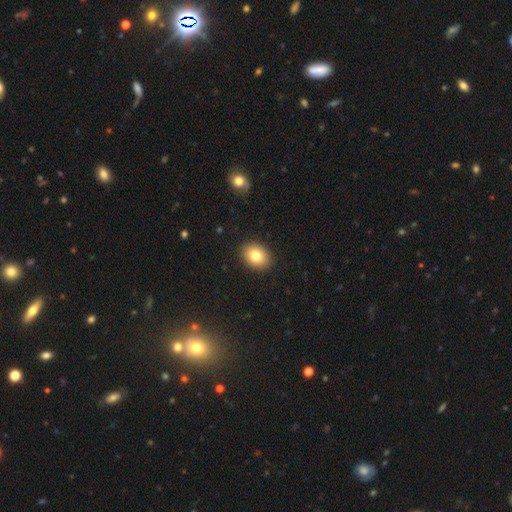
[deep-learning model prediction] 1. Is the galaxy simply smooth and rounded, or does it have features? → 81% smooth, 10% featured or disk, 9% star or artifact.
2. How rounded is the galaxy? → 58% in between, 41% round, 1% cigar-shaped.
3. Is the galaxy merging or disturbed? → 90% none, 7% minor disturbance, 2% major disturbance, 1% merger.